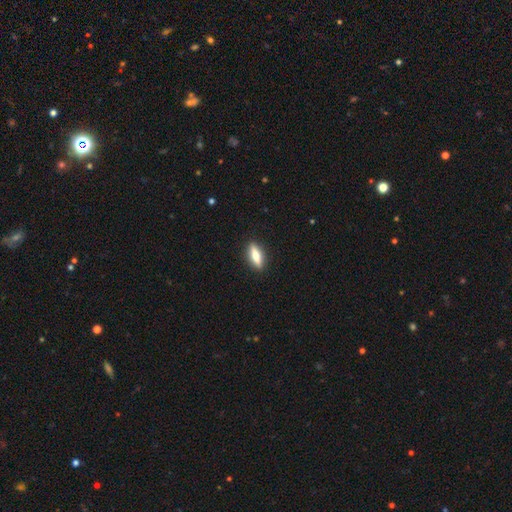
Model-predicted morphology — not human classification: The model was most divided on "how rounded": cigar-shaped: 53%, in between: 44%, round: 3%. More confident: merging — none (90%); smooth or featured — smooth (56%).